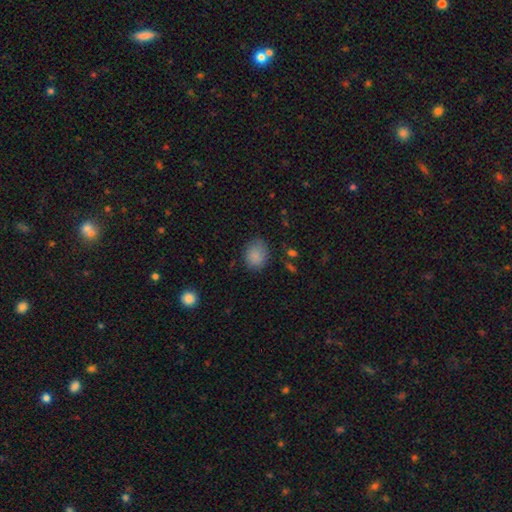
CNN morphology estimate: This appears to be a smooth galaxy with no disk features (86%) that is round (56%). Merging: none (73%).